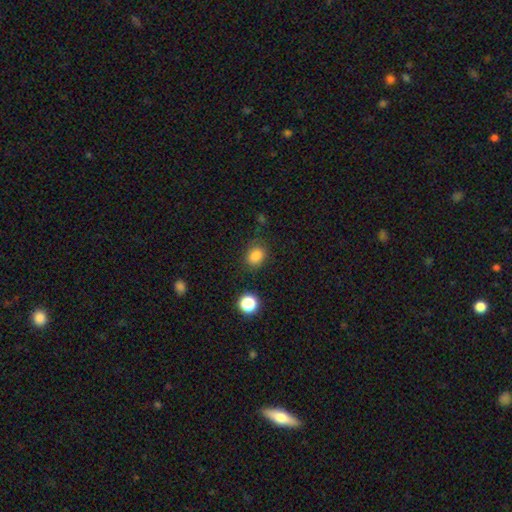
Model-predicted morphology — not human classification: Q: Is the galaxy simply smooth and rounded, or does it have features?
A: smooth — 83%.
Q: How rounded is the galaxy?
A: in between — 50%.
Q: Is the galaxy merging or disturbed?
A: none — 78%.